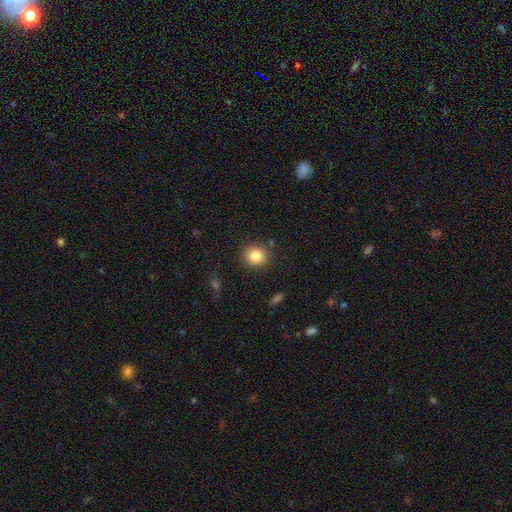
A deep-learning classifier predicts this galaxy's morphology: Smooth or featured?
  - smooth: 83% *
  - star or artifact: 10%
  - featured or disk: 7%
How rounded?
  - round: 86% *
  - in between: 13%
  - cigar-shaped: 1%
Merging?
  - none: 87% *
  - minor disturbance: 8%
  - major disturbance: 3%
  - merger: 2%